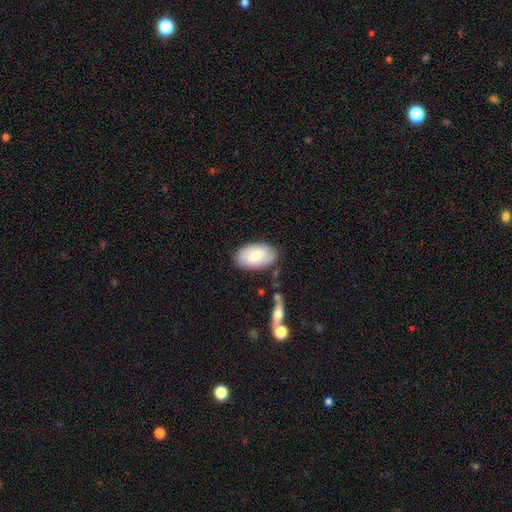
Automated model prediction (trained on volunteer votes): Smooth or featured?
  - smooth: 58% *
  - featured or disk: 36%
  - star or artifact: 6%
How rounded?
  - in between: 93% *
  - round: 6%
  - cigar-shaped: 2%
Merging?
  - none: 78% *
  - minor disturbance: 15%
  - major disturbance: 4%
  - merger: 3%